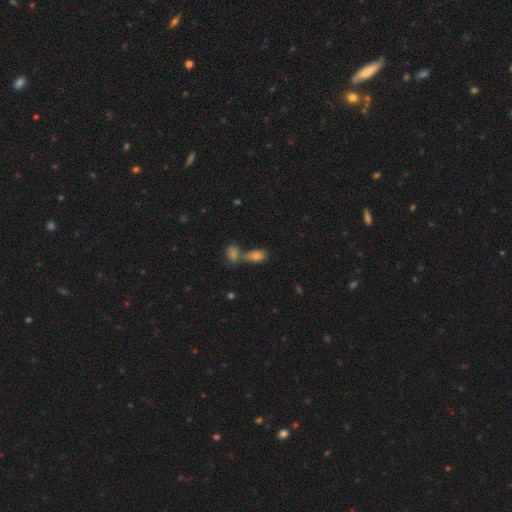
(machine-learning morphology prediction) The model was most divided on "merging": merger: 46%, none: 40%, minor disturbance: 9%, major disturbance: 4%. More confident: how rounded — in between (85%); smooth or featured — smooth (74%).